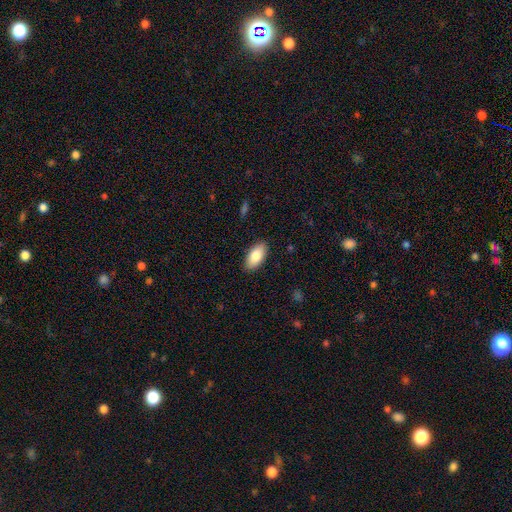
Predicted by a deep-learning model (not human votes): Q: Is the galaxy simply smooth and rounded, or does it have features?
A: smooth — 83%.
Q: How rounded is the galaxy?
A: in between — 93%.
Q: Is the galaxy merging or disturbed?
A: none — 89%.